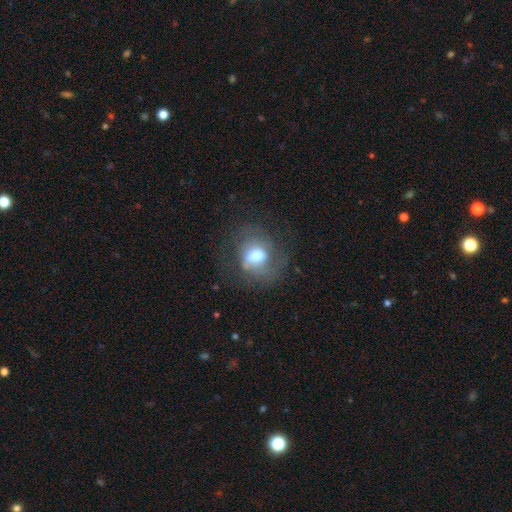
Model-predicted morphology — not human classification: featured or disk 46%, smooth 43%, star or artifact 11%. Down the decision tree: merging — none (48%).